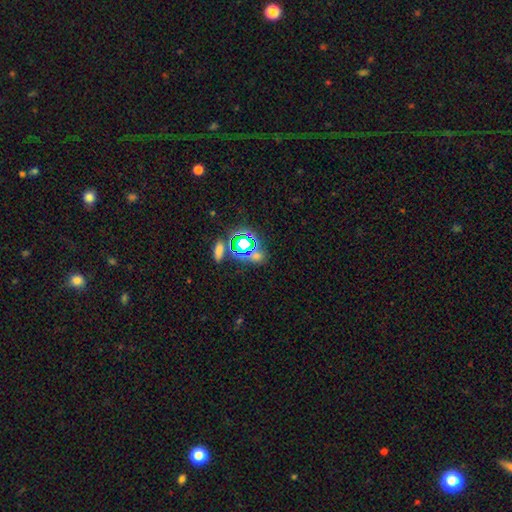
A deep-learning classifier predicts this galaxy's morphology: The model was most divided on "smooth or featured": star or artifact: 53%, smooth: 37%, featured or disk: 11%.